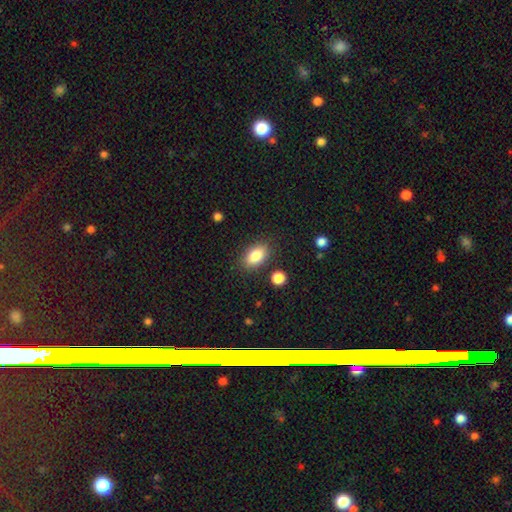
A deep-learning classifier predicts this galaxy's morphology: Smooth or featured?
  - smooth: 84% *
  - featured or disk: 8%
  - star or artifact: 8%
How rounded?
  - in between: 89% *
  - round: 8%
  - cigar-shaped: 3%
Merging?
  - none: 85% *
  - minor disturbance: 10%
  - merger: 3%
  - major disturbance: 3%